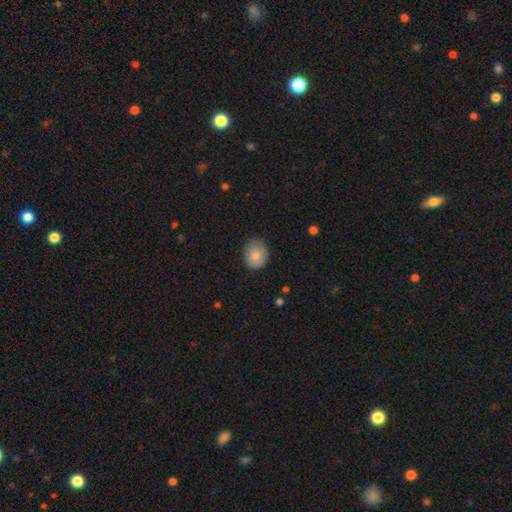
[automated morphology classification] This is clearly a smooth galaxy (84%). How rounded: likely round (61%). Merging: clearly none (83%).